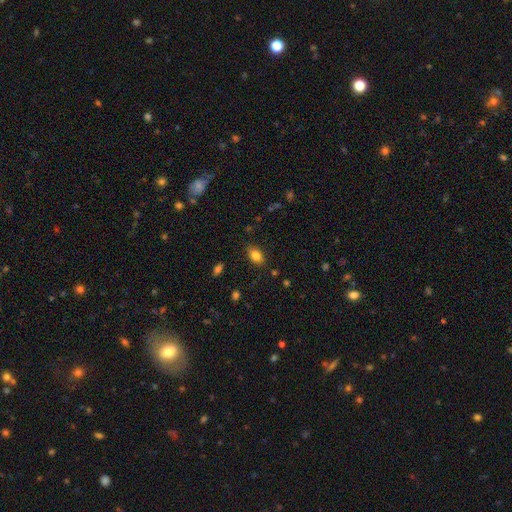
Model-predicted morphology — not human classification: The model was most divided on "how rounded": in between: 81%, round: 17%, cigar-shaped: 2%. More confident: merging — none (83%); smooth or featured — smooth (82%).